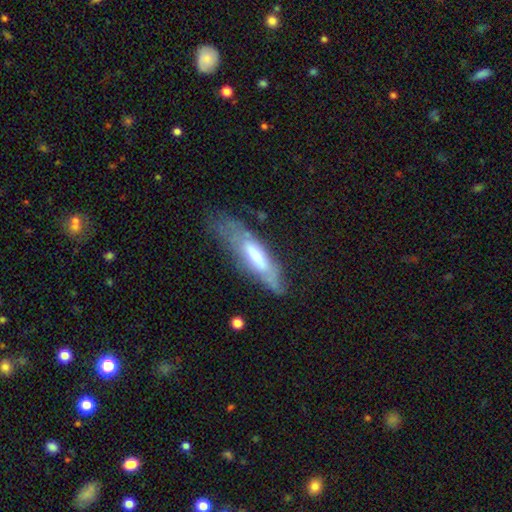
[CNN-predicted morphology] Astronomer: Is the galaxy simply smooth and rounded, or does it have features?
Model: featured or disk — 51% (runner-up: smooth, 40%).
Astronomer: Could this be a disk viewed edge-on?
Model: yes — 53% (runner-up: no, 47%).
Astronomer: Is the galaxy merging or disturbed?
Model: none — 56%.